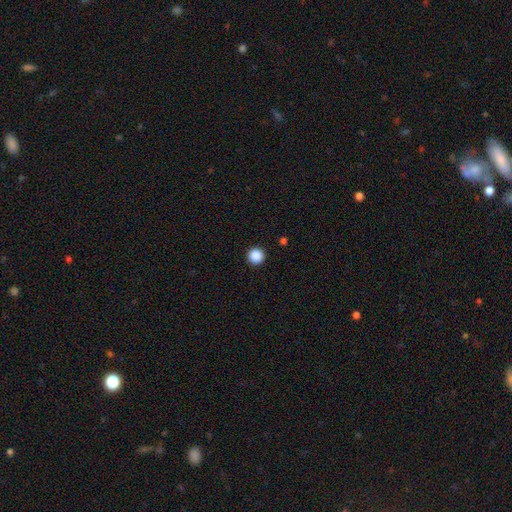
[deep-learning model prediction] This appears to be a smooth galaxy with no disk features (87%) that is round (96%). Merging: none (93%).